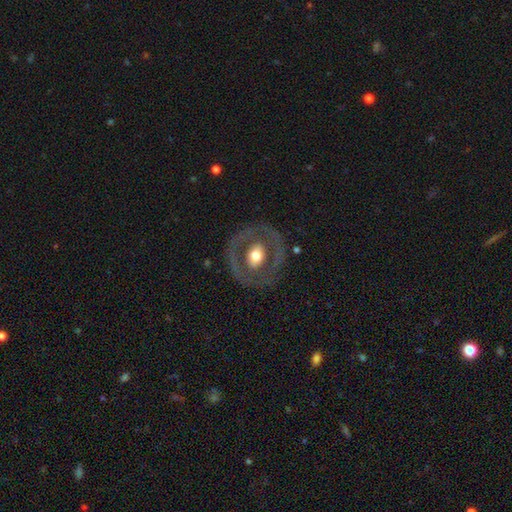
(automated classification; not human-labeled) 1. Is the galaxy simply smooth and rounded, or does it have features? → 59% featured or disk, 35% smooth, 5% star or artifact.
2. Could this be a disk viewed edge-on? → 95% no, 5% yes.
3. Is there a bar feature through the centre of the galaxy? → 69% no, 20% weak, 11% strong.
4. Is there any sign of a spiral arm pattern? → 81% no, 19% yes.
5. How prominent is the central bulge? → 63% moderate, 28% large, 7% small, 2% dominant, 1% none.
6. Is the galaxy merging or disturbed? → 79% none, 11% minor disturbance, 8% major disturbance, 1% merger.